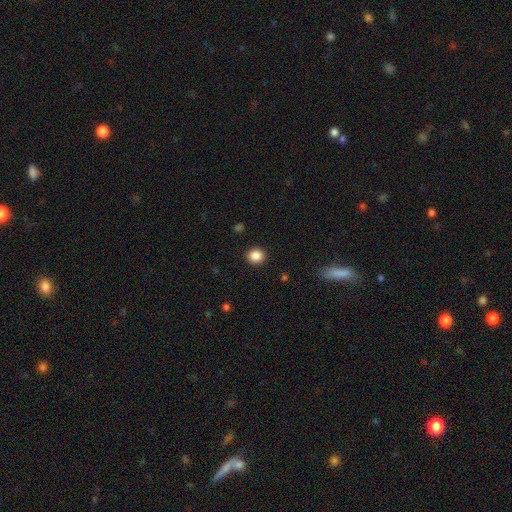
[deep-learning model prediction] This is clearly a smooth galaxy (87%). How rounded: clearly round (83%). Merging: clearly none (91%).